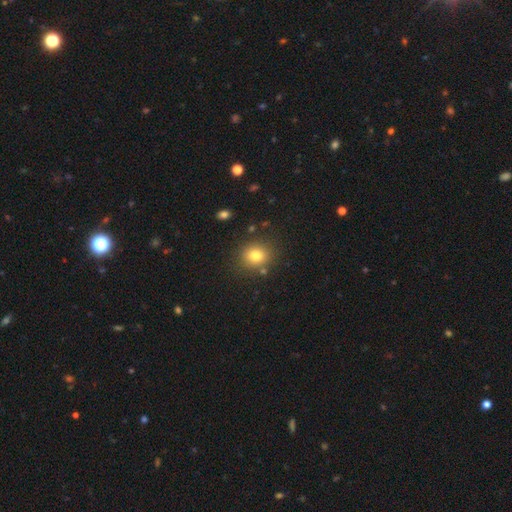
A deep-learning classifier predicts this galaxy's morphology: This appears to be a smooth galaxy with no disk features (79%) that is round (75%). Merging: none (82%).